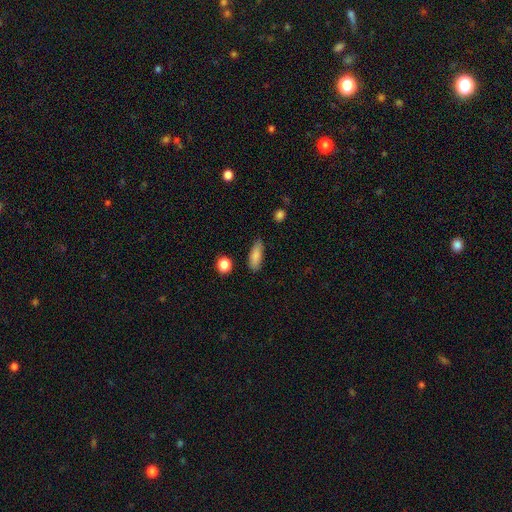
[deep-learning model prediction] smooth-or-featured: smooth: 86% | star or artifact: 7% | featured or disk: 6%
  how-rounded: in between: 62% | cigar-shaped: 35% | round: 3%
  merging: none: 82% | minor disturbance: 14% | major disturbance: 3% | merger: 2%